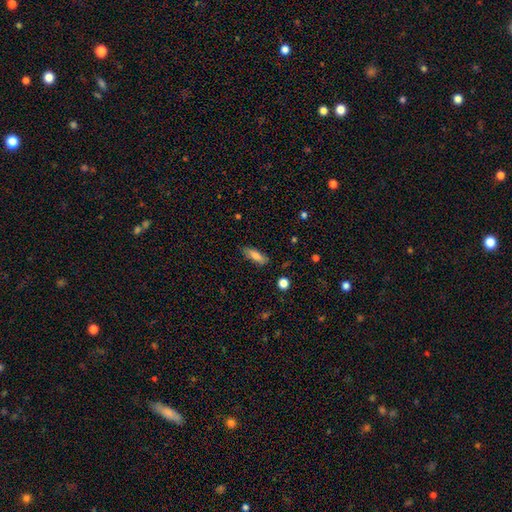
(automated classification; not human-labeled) smooth-or-featured: smooth: 78% | featured or disk: 14% | star or artifact: 7%
  how-rounded: in between: 54% | cigar-shaped: 44% | round: 2%
  merging: none: 84% | minor disturbance: 12% | major disturbance: 3% | merger: 1%